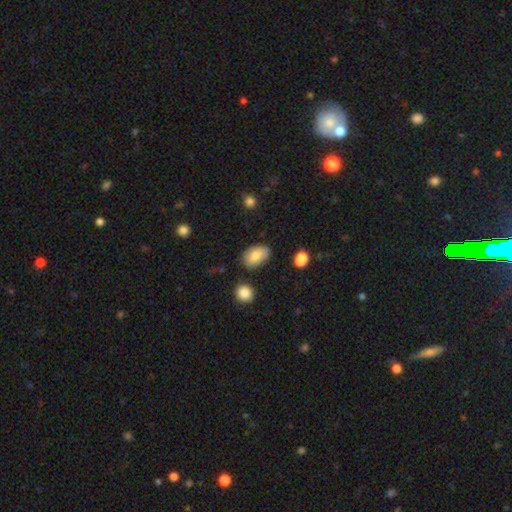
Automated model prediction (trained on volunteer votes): Overall: smooth (81%). How rounded: in between (90%). Merging: none (77%).